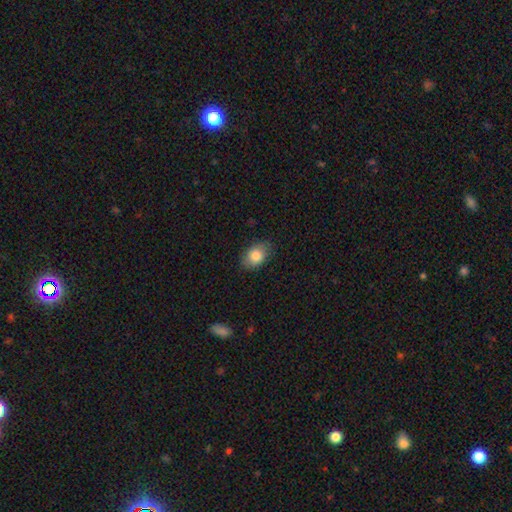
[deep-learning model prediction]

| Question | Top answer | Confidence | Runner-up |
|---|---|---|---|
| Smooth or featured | smooth | 84% | featured or disk (9%) |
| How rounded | in between | 82% | round (17%) |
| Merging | none | 83% | minor disturbance (13%) |